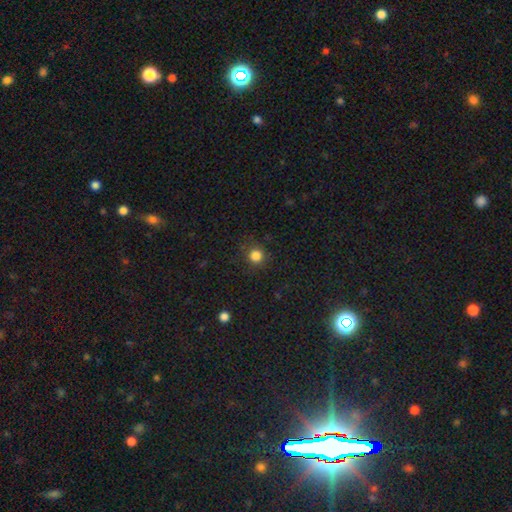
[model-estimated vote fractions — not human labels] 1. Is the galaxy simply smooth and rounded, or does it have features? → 83% smooth, 13% star or artifact, 4% featured or disk.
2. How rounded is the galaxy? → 93% round, 6% in between, 1% cigar-shaped.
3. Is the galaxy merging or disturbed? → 88% none, 8% minor disturbance, 3% major disturbance, 1% merger.